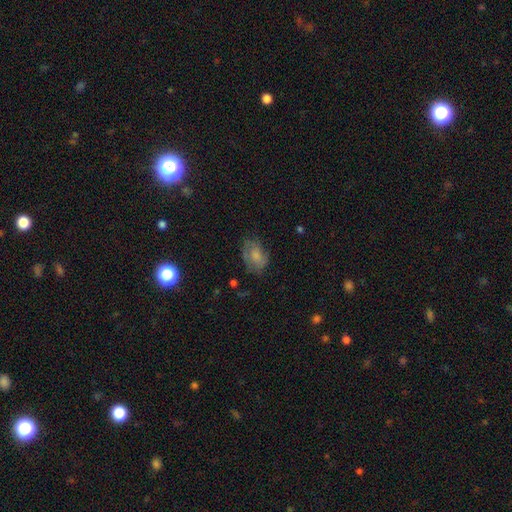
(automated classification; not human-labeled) Overall: smooth (59%; featured or disk 31%). How rounded: in between (81%). Merging: none (60%; minor disturbance 26%).